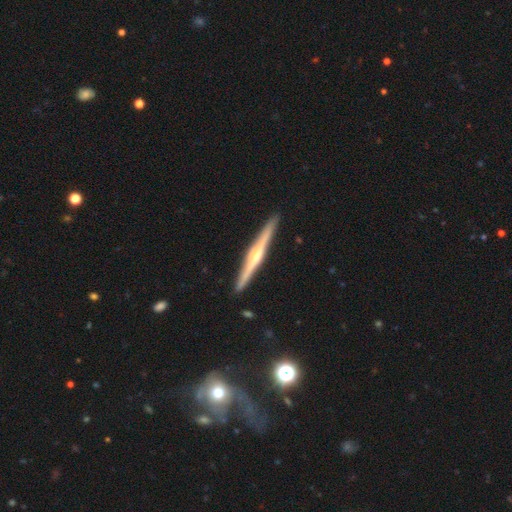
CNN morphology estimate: type=featured or disk (78%); edge-on=yes (98%); edge-on bulge=rounded (78%); merging=none (92%).